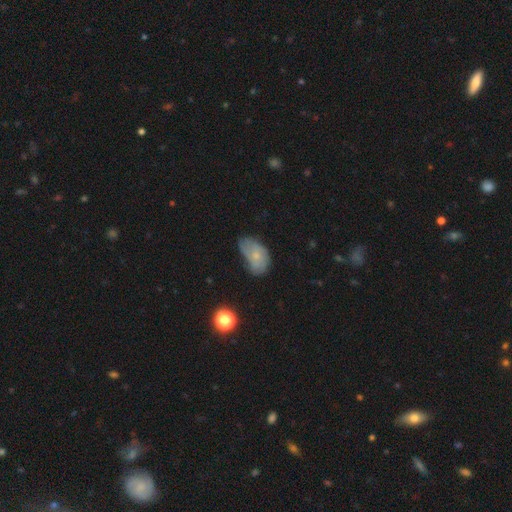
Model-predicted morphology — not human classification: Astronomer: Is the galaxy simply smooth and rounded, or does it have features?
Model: smooth — 57% (runner-up: featured or disk, 34%).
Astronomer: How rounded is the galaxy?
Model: in between — 88%.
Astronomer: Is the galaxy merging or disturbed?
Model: minor disturbance — 43% (runner-up: none, 33%).